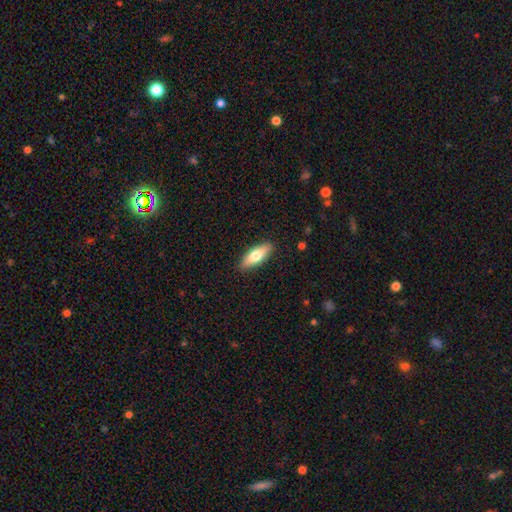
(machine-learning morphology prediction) This appears to be a smooth galaxy with no disk features (68%) that is in between round and cigar-shaped (60%). Merging: none (89%).